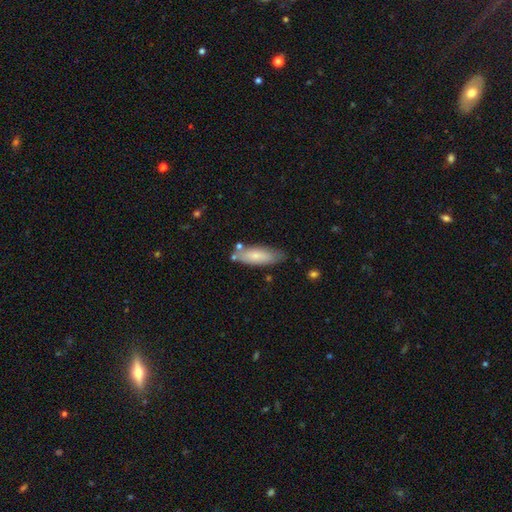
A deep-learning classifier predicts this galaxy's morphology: Smooth or featured? Predicted: smooth (p=0.74). How rounded? Predicted: in between (p=0.59). Merging? Predicted: none (p=0.70).